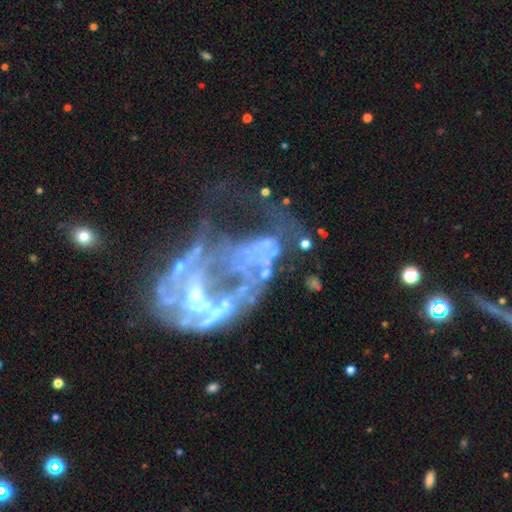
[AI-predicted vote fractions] Smooth or featured? featured or disk (75%)
Edge-on disk? no (98%)
Bar? no (83%)
Spiral arms? no (70%)
Bulge size? none (41%)
Merging? major disturbance (48%)